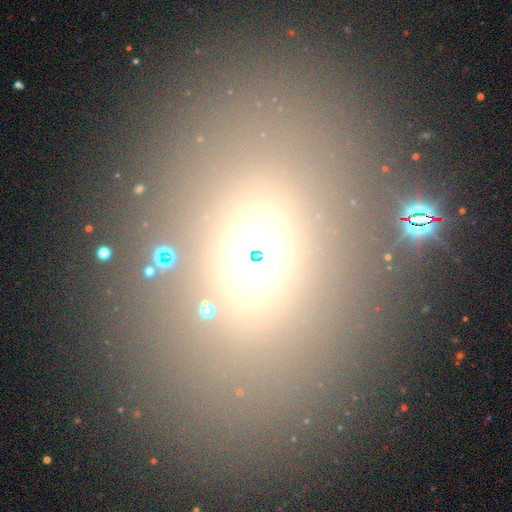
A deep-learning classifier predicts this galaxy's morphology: Smooth or featured: smooth — 56% (star or artifact — 29%)
How rounded: in between — 65% (round — 32%)
Merging: none — 79% (minor disturbance — 10%)